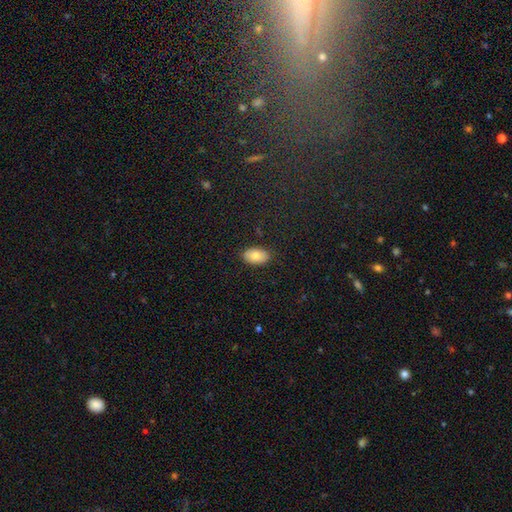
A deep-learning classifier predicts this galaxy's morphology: A smooth galaxy with no disk features (80%) that is in between round and cigar-shaped (92%).

Vote fractions:
- Smooth or featured? smooth: 80% / featured or disk: 12% / star or artifact: 8%
- How rounded? in between: 92% / round: 6% / cigar-shaped: 1%
- Merging? none: 87% / minor disturbance: 10% / major disturbance: 2% / merger: 1%